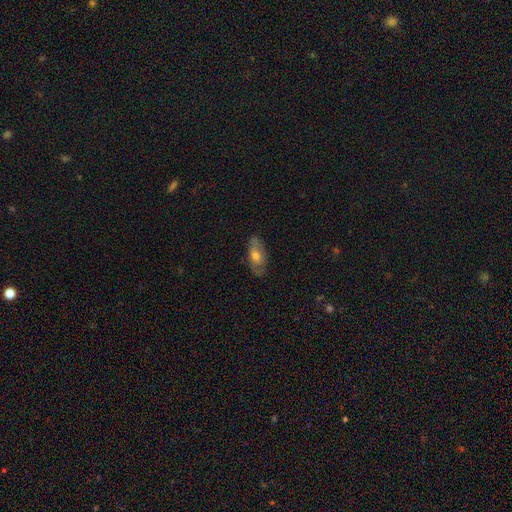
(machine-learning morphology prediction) The model was most divided on "smooth or featured": smooth: 55%, featured or disk: 39%, star or artifact: 7%. More confident: how rounded — in between (83%); merging — none (74%).